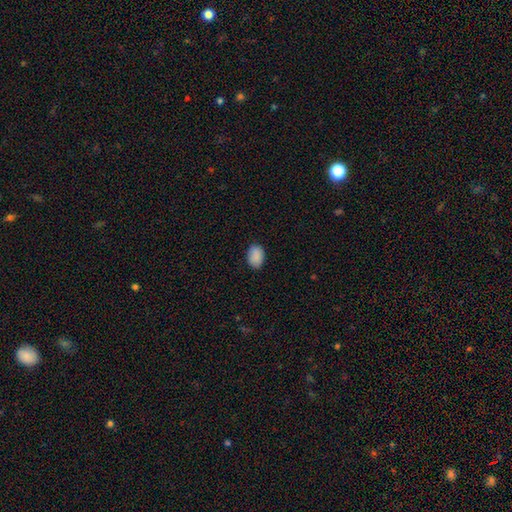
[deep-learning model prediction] smooth_or_featured: smooth (p=0.90) [alt: star or artifact p=0.07]
how_rounded: in between (p=0.81) [alt: round p=0.18]
merging: none (p=0.85) [alt: minor disturbance p=0.12]